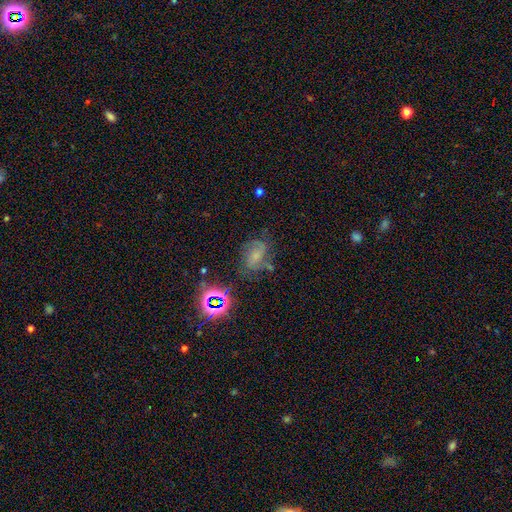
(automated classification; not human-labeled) This appears to be a featured or disk galaxy (50%). Merging: none (55%).